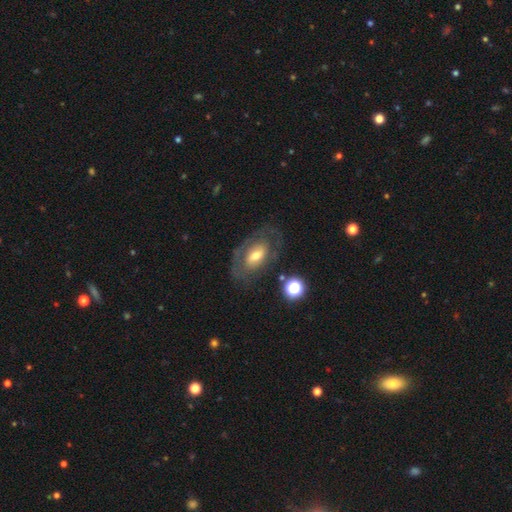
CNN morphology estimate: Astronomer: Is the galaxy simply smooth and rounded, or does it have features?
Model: featured or disk — 57% (runner-up: smooth, 35%).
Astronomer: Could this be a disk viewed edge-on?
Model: no — 92%.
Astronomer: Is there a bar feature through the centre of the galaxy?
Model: no — 59%.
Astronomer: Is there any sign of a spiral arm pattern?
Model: no — 51% (runner-up: yes, 49%).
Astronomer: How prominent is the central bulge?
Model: moderate — 60%.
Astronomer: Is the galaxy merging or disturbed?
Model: none — 66%.